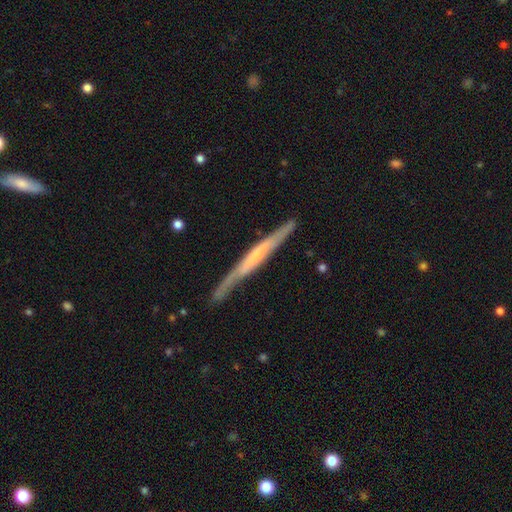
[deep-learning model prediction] The model was most divided on "edge-on bulge": none: 57%, rounded: 23%, boxy: 20%. More confident: edge-on disk — yes (93%); merging — none (79%); smooth or featured — featured or disk (67%).